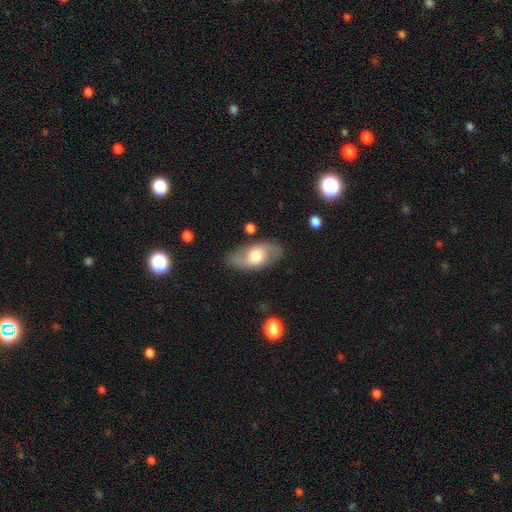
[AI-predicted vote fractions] This appears to be a featured or disk galaxy (50%). Merging: none (81%).